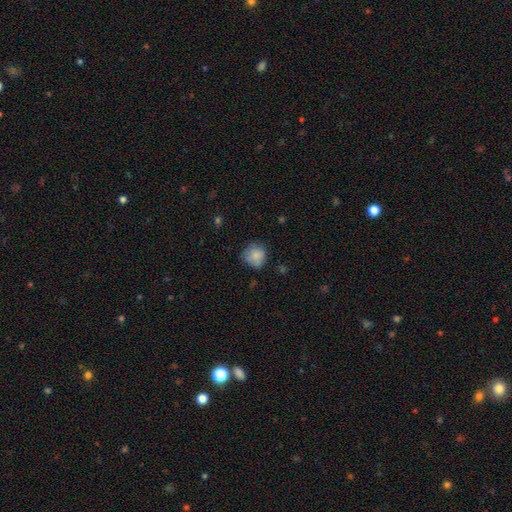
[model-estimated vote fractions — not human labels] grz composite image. It shows a smooth galaxy with no disk features (81%) that is round (83%). Merging: none (66%).